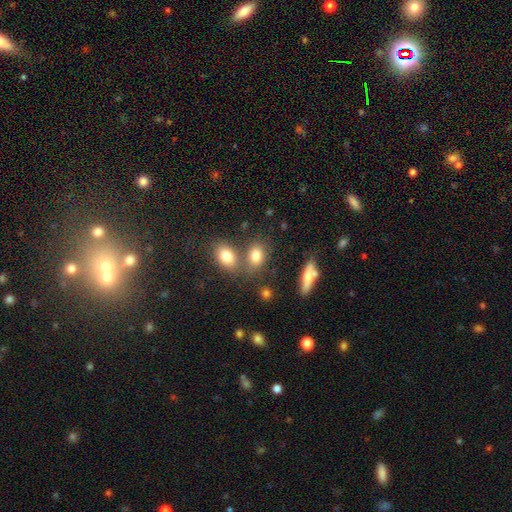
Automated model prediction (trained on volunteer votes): Overall: smooth (78%). How rounded: in between (70%). Merging: none (55%; merger 29%).